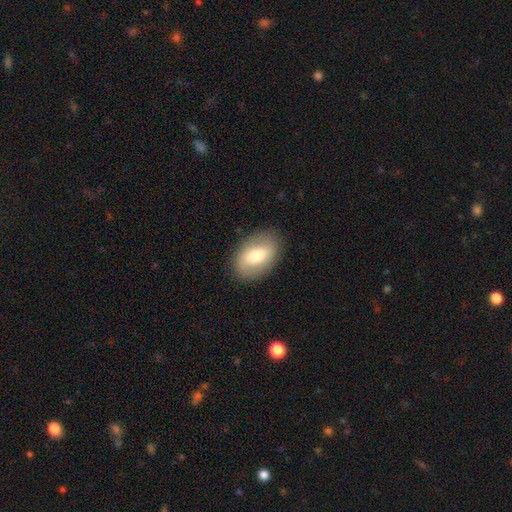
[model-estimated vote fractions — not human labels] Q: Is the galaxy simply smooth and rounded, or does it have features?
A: smooth — 63%.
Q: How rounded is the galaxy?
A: in between — 88%.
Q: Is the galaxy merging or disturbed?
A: none — 85%.